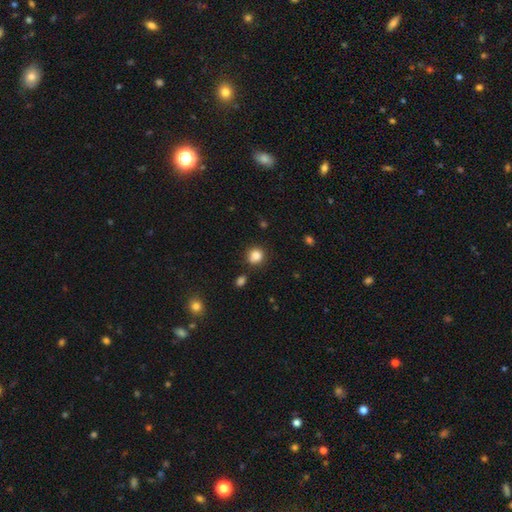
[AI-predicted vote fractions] Overall: smooth (86%). How rounded: round (86%). Merging: none (83%).